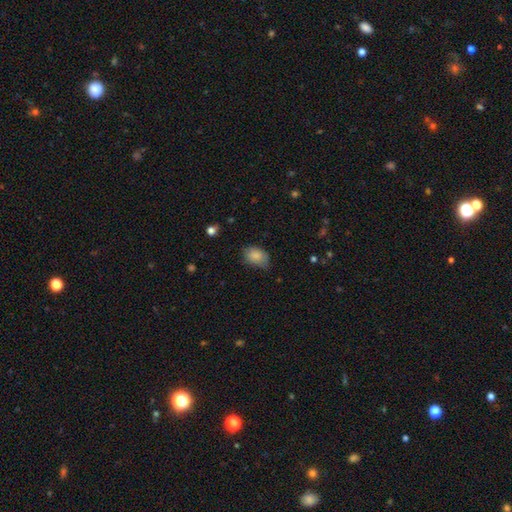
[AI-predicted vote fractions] Q: Smooth or featured?
A: smooth (85%); runner-up: star or artifact (8%)
Q: How rounded?
A: in between (82%); runner-up: round (17%)
Q: Merging?
A: none (58%); runner-up: minor disturbance (33%)